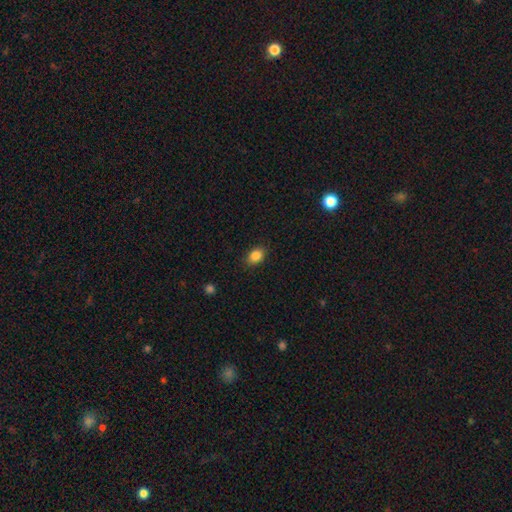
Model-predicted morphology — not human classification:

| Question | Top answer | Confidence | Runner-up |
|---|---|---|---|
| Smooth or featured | smooth | 86% | star or artifact (9%) |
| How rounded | in between | 77% | round (22%) |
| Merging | none | 86% | minor disturbance (10%) |